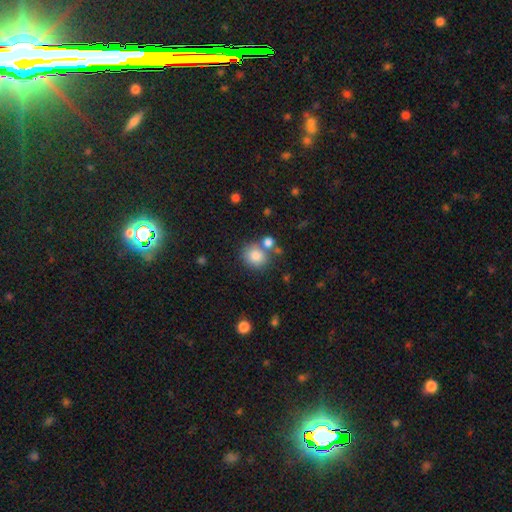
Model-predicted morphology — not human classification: Overall: smooth (83%). How rounded: round (75%). Merging: none (64%).